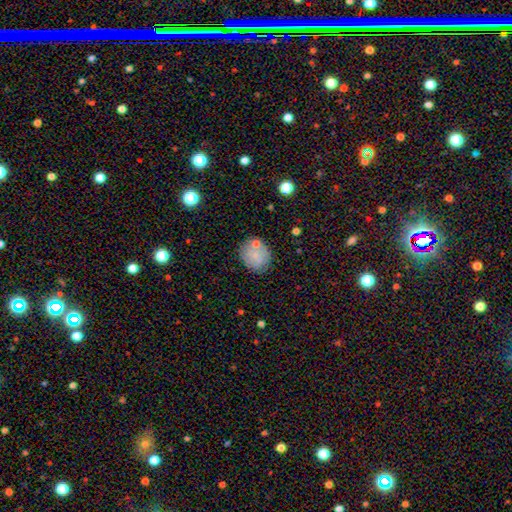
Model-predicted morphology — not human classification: A smooth galaxy with no disk features (75%) that is round (72%). Merging: none (70%).